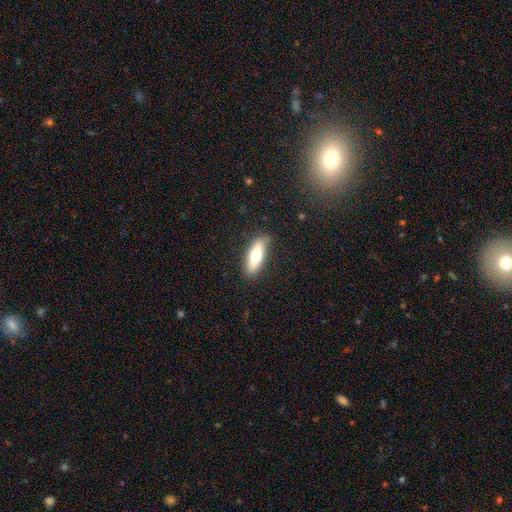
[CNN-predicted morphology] smooth_or_featured: smooth (p=0.69) [alt: featured or disk p=0.25]
how_rounded: in between (p=0.57) [alt: cigar-shaped p=0.40]
merging: none (p=0.85) [alt: minor disturbance p=0.12]